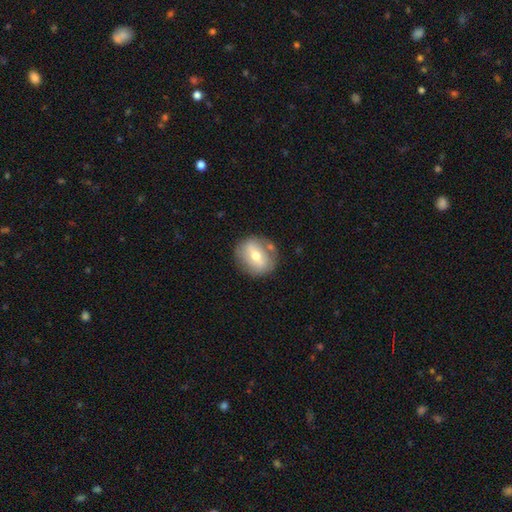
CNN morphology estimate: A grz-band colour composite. It shows a smooth galaxy with no disk features (49%). Merging: none (75%).